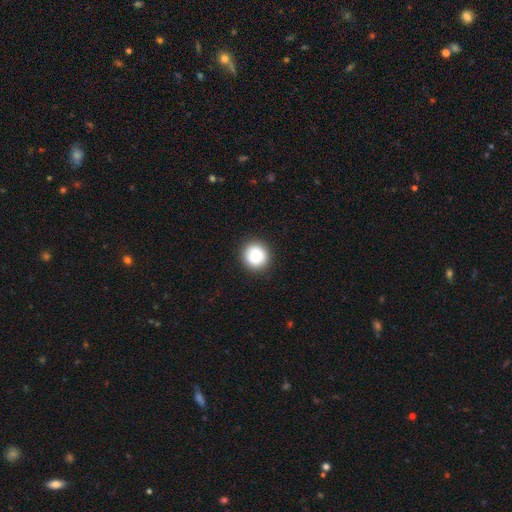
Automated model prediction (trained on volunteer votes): Q: Smooth or featured?
A: smooth (83%); runner-up: star or artifact (9%)
Q: How rounded?
A: round (91%); runner-up: in between (8%)
Q: Merging?
A: none (91%); runner-up: minor disturbance (6%)